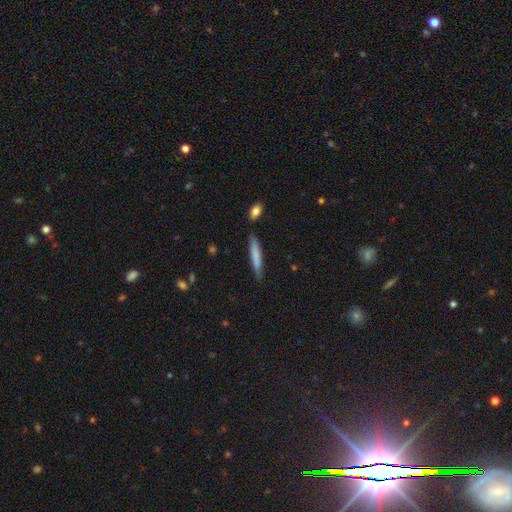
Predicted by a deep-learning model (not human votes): Smooth or featured?
  - smooth: 74% *
  - featured or disk: 20%
  - star or artifact: 6%
How rounded?
  - cigar-shaped: 92% *
  - in between: 7%
  - round: 1%
Merging?
  - none: 82% *
  - minor disturbance: 13%
  - merger: 3%
  - major disturbance: 2%